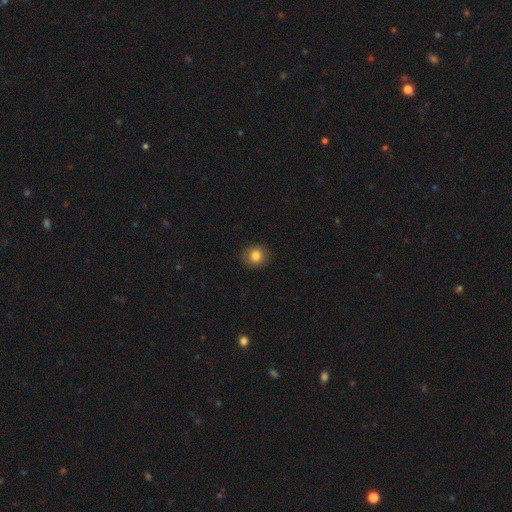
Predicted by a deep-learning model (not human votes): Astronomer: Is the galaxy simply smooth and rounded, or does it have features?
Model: smooth — 82%.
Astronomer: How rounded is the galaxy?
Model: round — 83%.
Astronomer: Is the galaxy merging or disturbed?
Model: none — 88%.